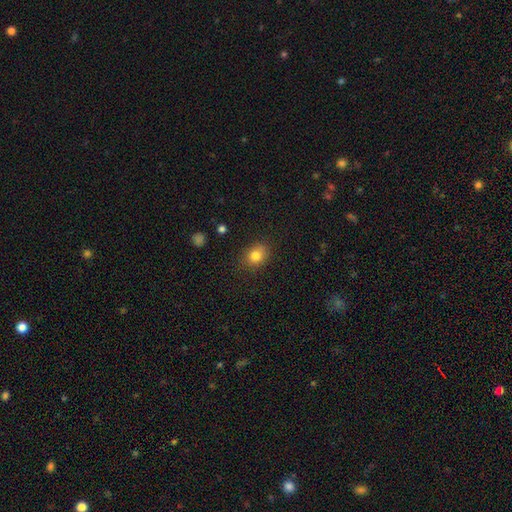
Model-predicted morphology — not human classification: The model was most divided on "how rounded": round: 51%, in between: 48%, cigar-shaped: 1%. More confident: merging — none (82%); smooth or featured — smooth (82%).